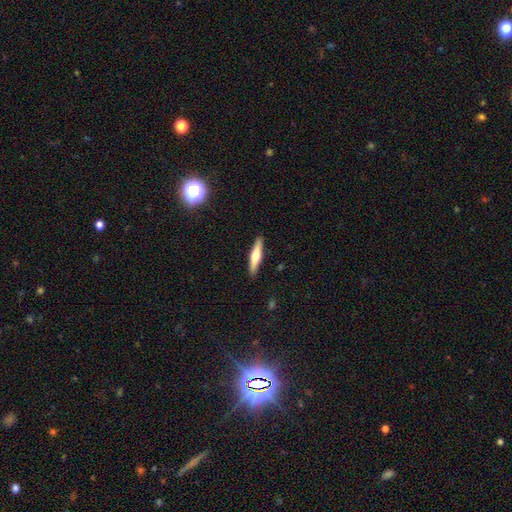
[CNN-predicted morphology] Smooth or featured? smooth (49%)
Merging? none (90%)